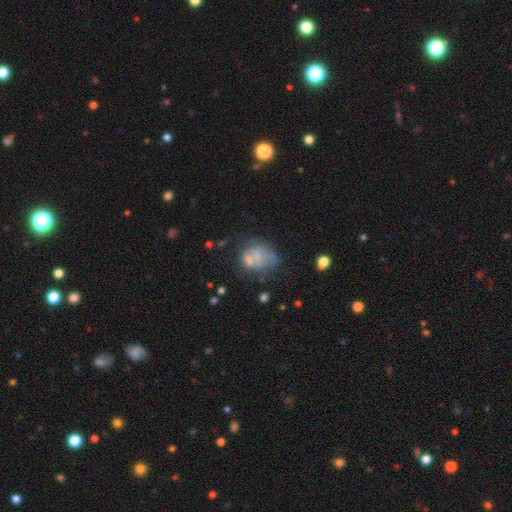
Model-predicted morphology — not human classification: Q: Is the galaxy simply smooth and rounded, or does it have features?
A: smooth — 48%.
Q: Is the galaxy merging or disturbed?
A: none — 41%.